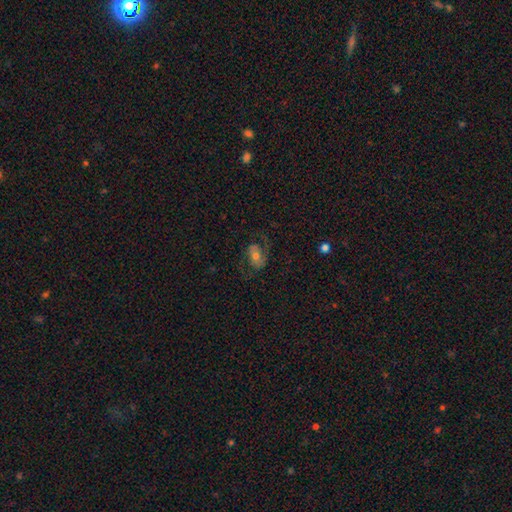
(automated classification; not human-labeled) This is possibly a featured or disk galaxy (58%). It is clearly not viewed edge-on (95%). Bar: possibly no (51%). Spiral arm pattern: clearly yes (80%). Central bulge: possibly moderate (58%). Merging: likely none (64%).